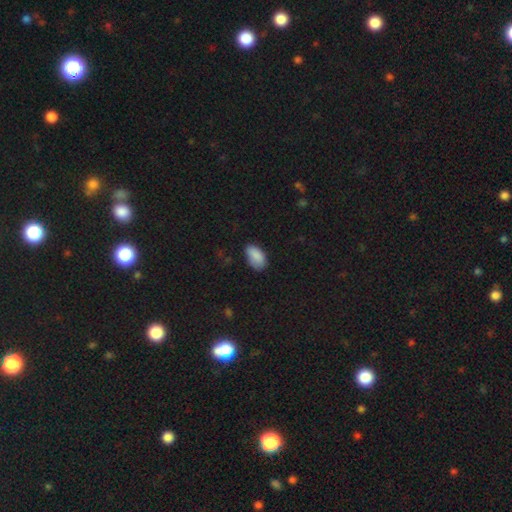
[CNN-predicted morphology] Smooth or featured: smooth — 88% (star or artifact — 7%)
How rounded: in between — 94% (round — 4%)
Merging: none — 73% (minor disturbance — 22%)